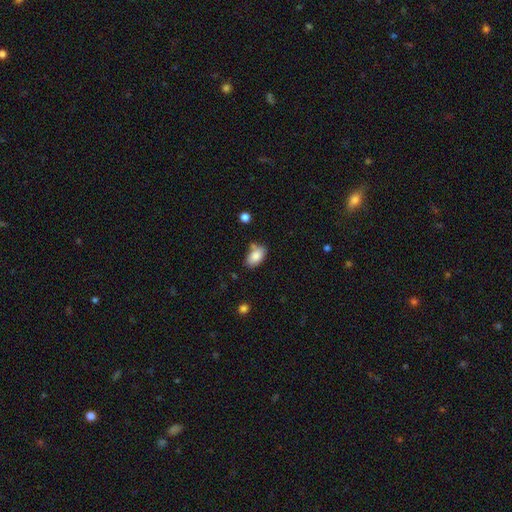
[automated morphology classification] smooth-or-featured: smooth: 84% | featured or disk: 8% | star or artifact: 8%
  how-rounded: in between: 92% | round: 6% | cigar-shaped: 2%
  merging: none: 70% | minor disturbance: 18% | merger: 9% | major disturbance: 4%